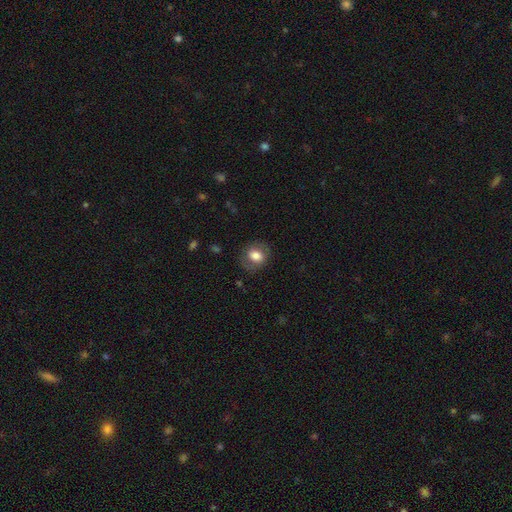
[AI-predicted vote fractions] Smooth or featured? Predicted: smooth (p=0.72). How rounded? Predicted: round (p=0.54). Merging? Predicted: none (p=0.78).